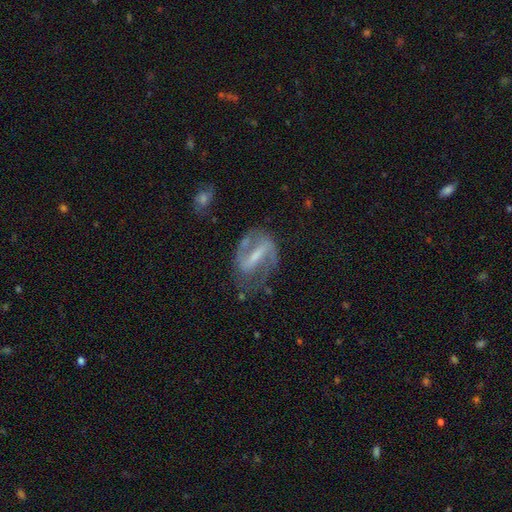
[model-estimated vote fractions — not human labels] featured or disk 83%, smooth 10%, star or artifact 7%. Down the decision tree: edge-on disk — no (95%); bar — strong (68%); spiral arms — yes (90%); spiral arm count — 2 (86%); spiral winding — medium (49%); bulge size — small (43%); merging — none (63%).